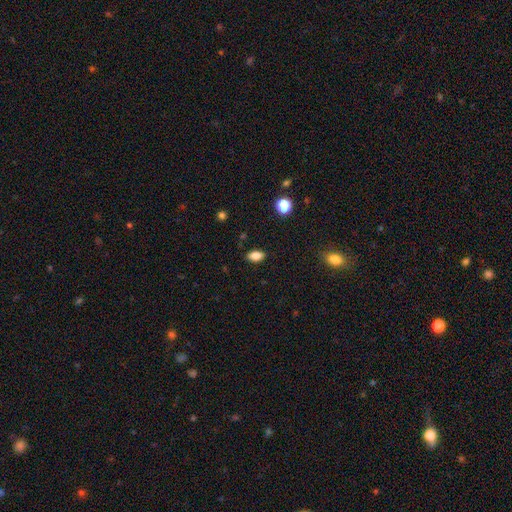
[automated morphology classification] This is clearly a smooth galaxy (82%). How rounded: clearly in between (88%). Merging: clearly none (87%).